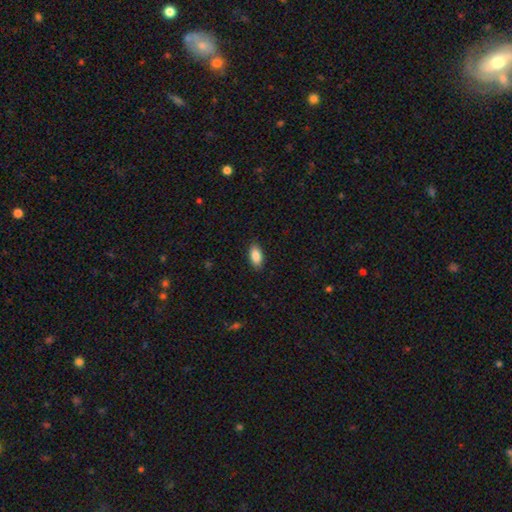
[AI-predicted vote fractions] A smooth galaxy with no disk features (89%) that is in between round and cigar-shaped (92%). Merging: none (89%).